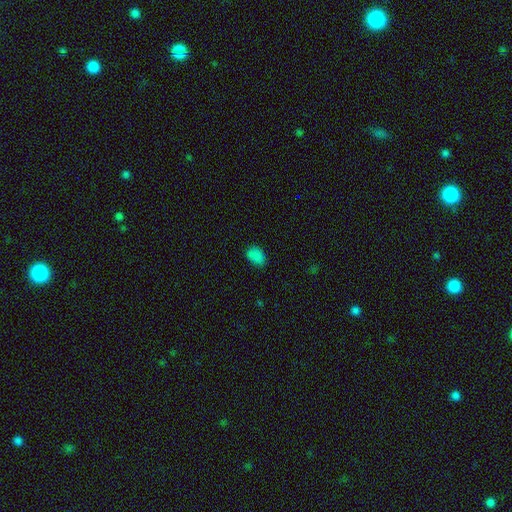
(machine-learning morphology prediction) Smooth or featured? smooth (83%)
How rounded? in between (86%)
Merging? none (80%)